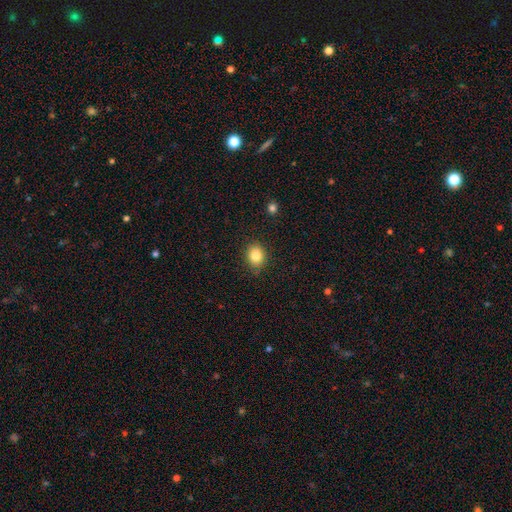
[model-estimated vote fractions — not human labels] Overall: smooth (84%). How rounded: round (51%; in between 48%). Merging: none (85%).